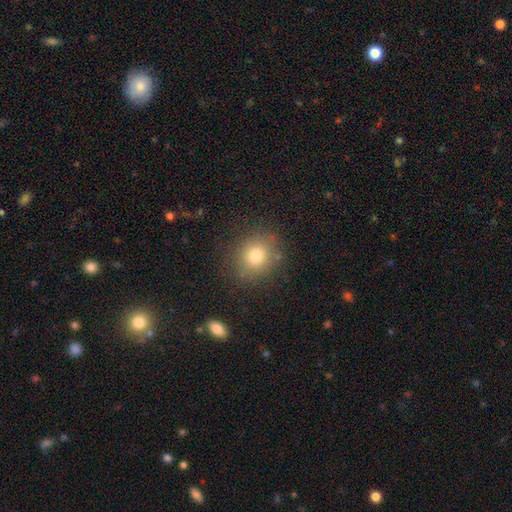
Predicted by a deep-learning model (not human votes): smooth-or-featured: smooth: 78% | star or artifact: 12% | featured or disk: 10%
  how-rounded: round: 79% | in between: 21% | cigar-shaped: 1%
  merging: none: 82% | minor disturbance: 11% | major disturbance: 4% | merger: 2%